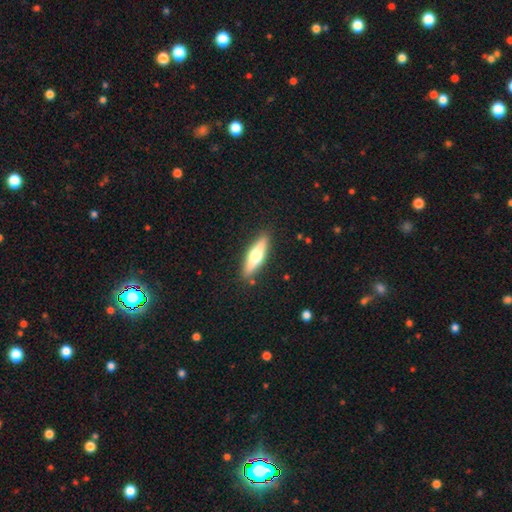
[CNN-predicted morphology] The model was most divided on "smooth or featured": smooth: 48%, featured or disk: 47%, star or artifact: 5%. More confident: merging — none (88%).